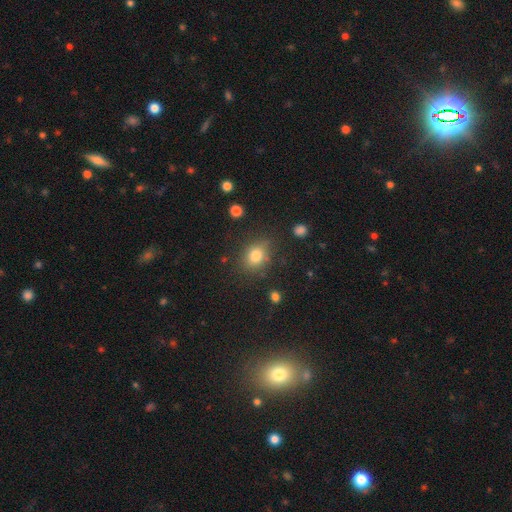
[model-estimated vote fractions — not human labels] A smooth galaxy with no disk features (80%) that is round (54%). Merging: none (77%).